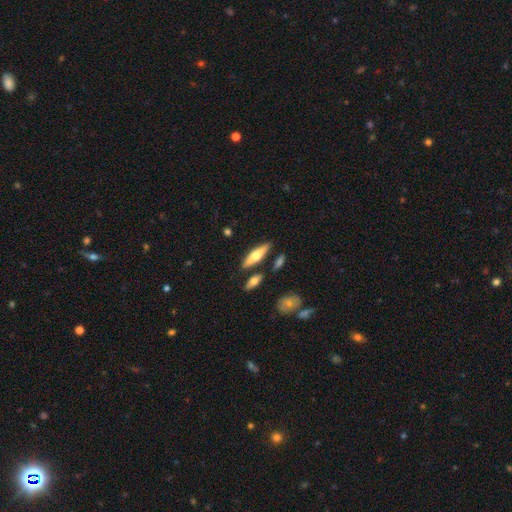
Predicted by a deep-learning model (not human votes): A featured or disk galaxy (50%).

Vote fractions:
- Smooth or featured? featured or disk: 50% / smooth: 44% / star or artifact: 6%
- Merging? none: 81% / minor disturbance: 10% / merger: 7% / major disturbance: 3%